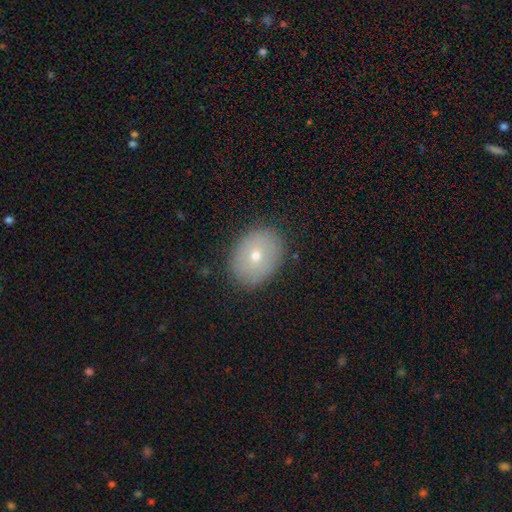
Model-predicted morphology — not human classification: Overall: smooth (68%). How rounded: in between (61%; round 38%). Merging: none (86%).